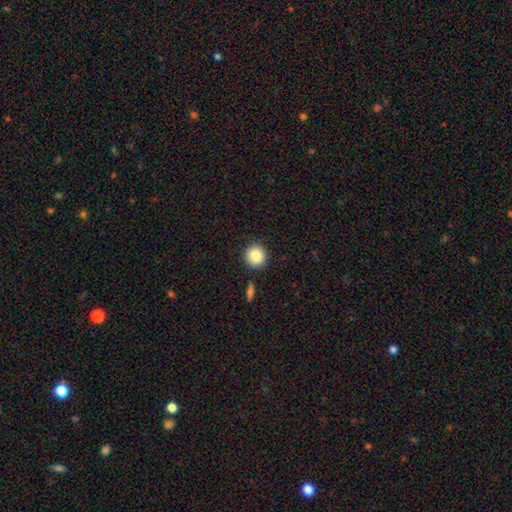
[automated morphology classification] smooth_or_featured: smooth (p=0.86) [alt: star or artifact p=0.08]
how_rounded: round (p=0.92) [alt: in between p=0.07]
merging: none (p=0.88) [alt: minor disturbance p=0.07]